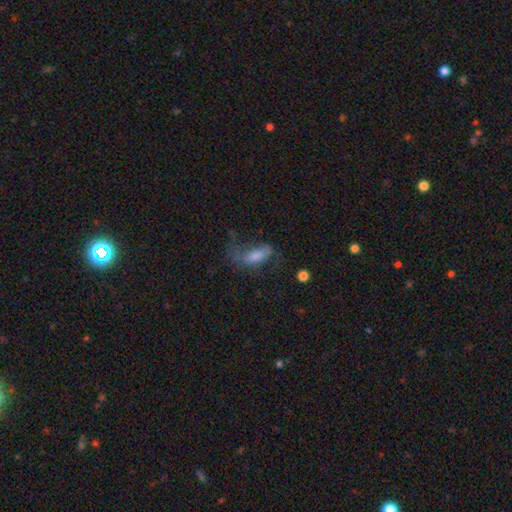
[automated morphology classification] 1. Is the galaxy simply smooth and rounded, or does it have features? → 55% smooth, 32% featured or disk, 13% star or artifact.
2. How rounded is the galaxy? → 73% in between, 23% cigar-shaped, 4% round.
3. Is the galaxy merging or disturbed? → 41% major disturbance, 33% none, 23% minor disturbance, 3% merger.